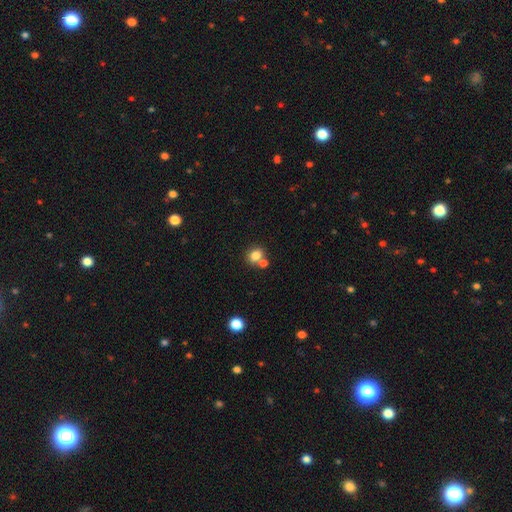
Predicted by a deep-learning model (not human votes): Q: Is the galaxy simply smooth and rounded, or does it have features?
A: smooth — 81%.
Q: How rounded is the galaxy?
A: round — 54%.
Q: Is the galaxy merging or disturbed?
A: none — 53%.